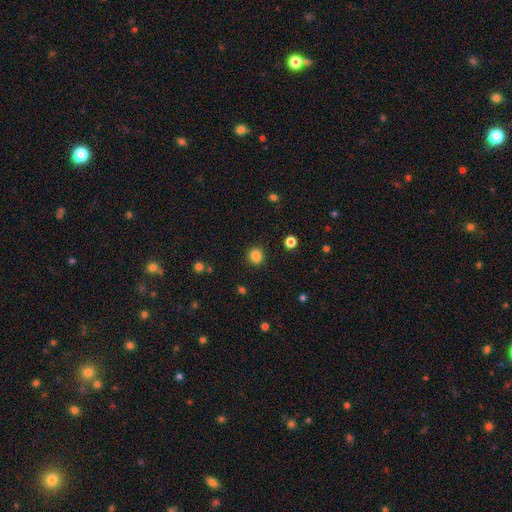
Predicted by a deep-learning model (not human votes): Smooth or featured? Predicted: smooth (p=0.83). How rounded? Predicted: round (p=0.84). Merging? Predicted: none (p=0.83).